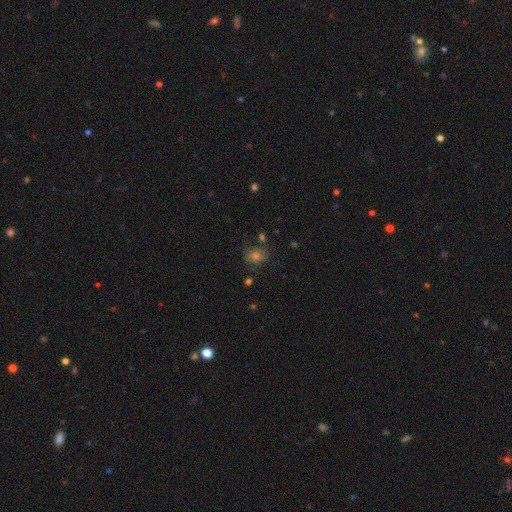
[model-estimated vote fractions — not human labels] Smooth or featured? Predicted: smooth (p=0.59). How rounded? Predicted: round (p=0.59). Merging? Predicted: none (p=0.77).